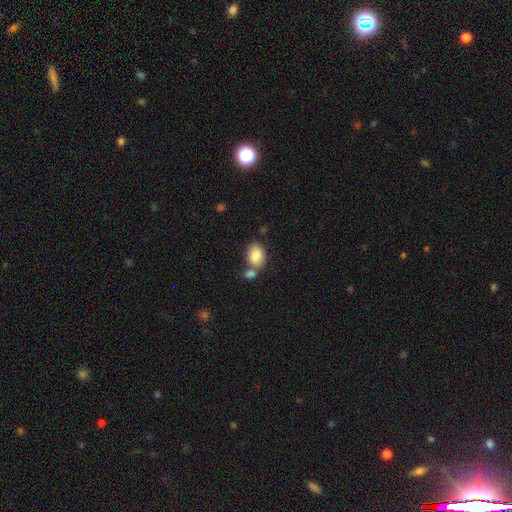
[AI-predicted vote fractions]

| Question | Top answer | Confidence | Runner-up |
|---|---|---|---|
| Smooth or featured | smooth | 85% | featured or disk (8%) |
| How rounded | in between | 75% | round (24%) |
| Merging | none | 53% | merger (30%) |